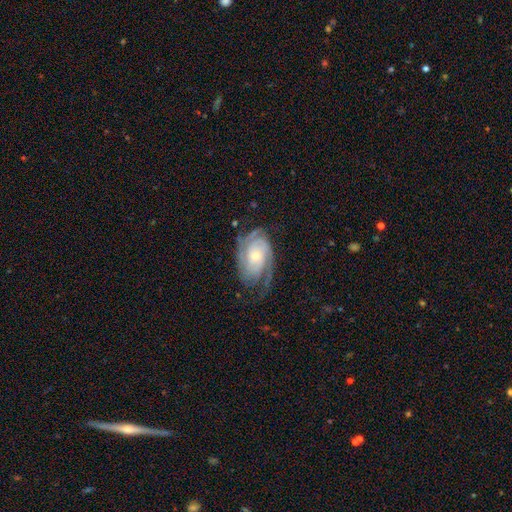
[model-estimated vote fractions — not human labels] Overall: featured or disk (87%). Edge-on disk: no (97%). Bar: no (72%). Spiral arms: yes (97%). Spiral arm count: 2 (42%; 3 21%). Spiral winding: tight (62%; medium 30%). Bulge size: small (56%; moderate 38%). Merging: none (66%).